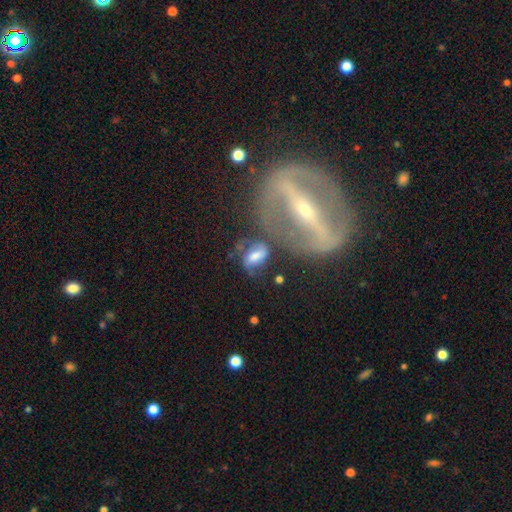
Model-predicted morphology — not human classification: Smooth or featured? featured or disk (49%)
Merging? none (45%)